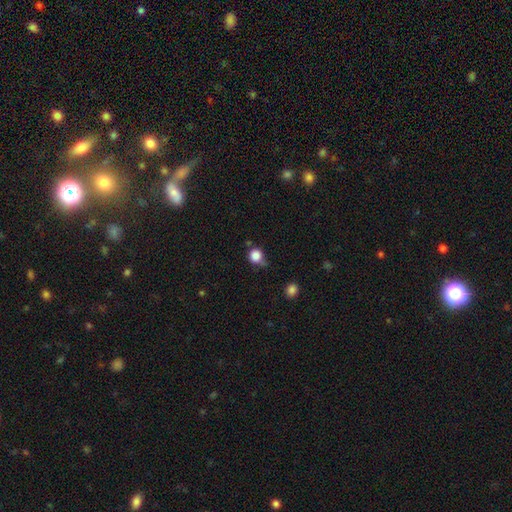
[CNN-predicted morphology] smooth_or_featured: smooth (p=0.84) [alt: star or artifact p=0.11]
how_rounded: round (p=0.89) [alt: in between p=0.10]
merging: none (p=0.58) [alt: minor disturbance p=0.26]